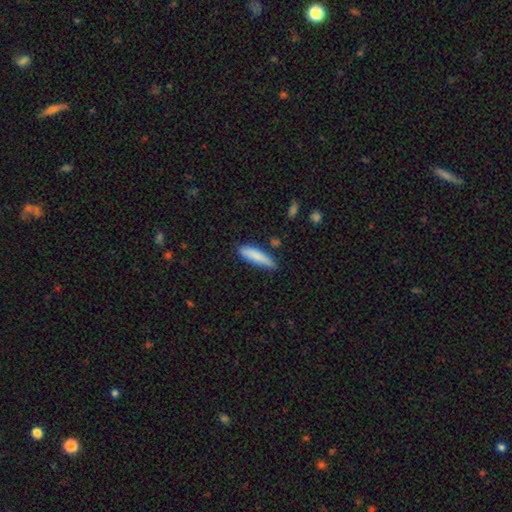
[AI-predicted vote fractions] Smooth or featured? Predicted: smooth (p=0.84). How rounded? Predicted: cigar-shaped (p=0.73). Merging? Predicted: none (p=0.74).